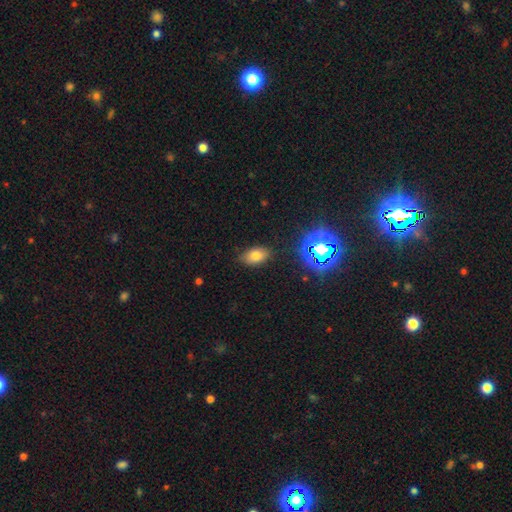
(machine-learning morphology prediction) Q: Smooth or featured?
A: smooth (74%); runner-up: star or artifact (17%)
Q: How rounded?
A: in between (89%); runner-up: round (9%)
Q: Merging?
A: none (83%); runner-up: minor disturbance (12%)